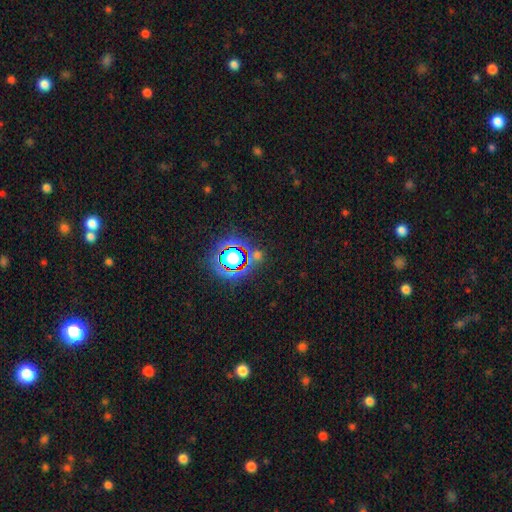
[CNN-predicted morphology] This is likely a star or artifact rather than a galaxy (70%).